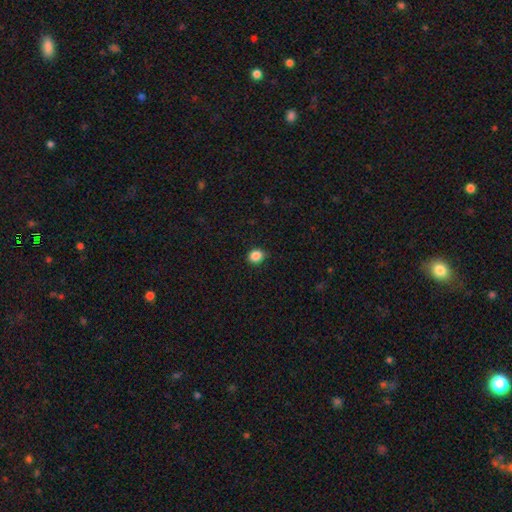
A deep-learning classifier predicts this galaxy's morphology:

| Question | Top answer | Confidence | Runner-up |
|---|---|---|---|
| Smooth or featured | smooth | 86% | star or artifact (11%) |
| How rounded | round | 73% | in between (26%) |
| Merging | none | 83% | minor disturbance (14%) |